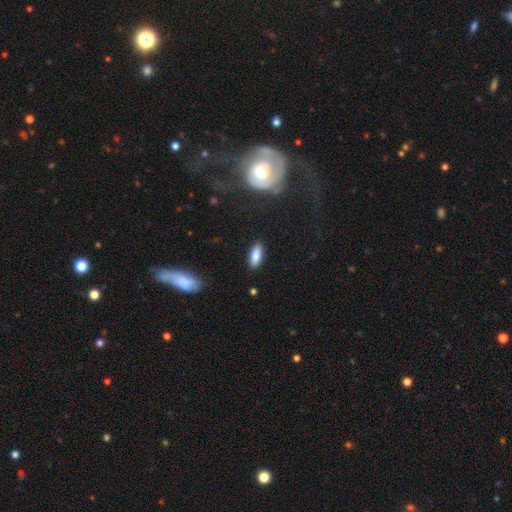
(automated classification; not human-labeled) Morphology: type=smooth (86%); roundness=in between (76%); merging=none (87%).